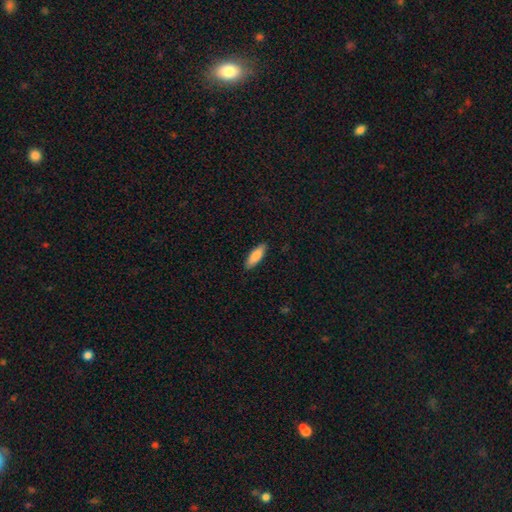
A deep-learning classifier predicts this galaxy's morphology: smooth_or_featured: smooth (p=0.85) [alt: featured or disk p=0.10]
how_rounded: in between (p=0.56) [alt: cigar-shaped p=0.42]
merging: none (p=0.88) [alt: minor disturbance p=0.09]